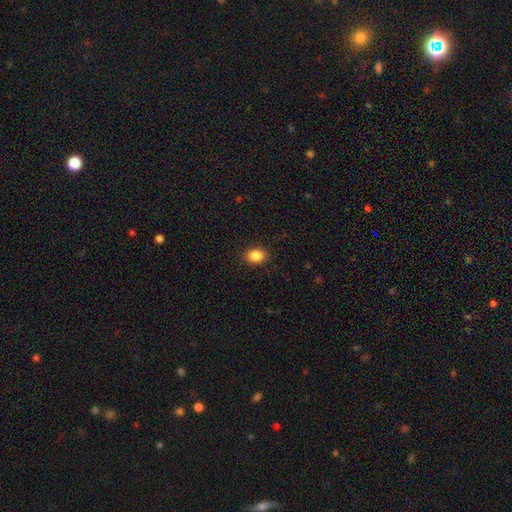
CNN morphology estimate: smooth-or-featured: smooth: 87% | star or artifact: 9% | featured or disk: 4%
  how-rounded: in between: 63% | round: 36% | cigar-shaped: 1%
  merging: none: 89% | minor disturbance: 8% | major disturbance: 2% | merger: 1%